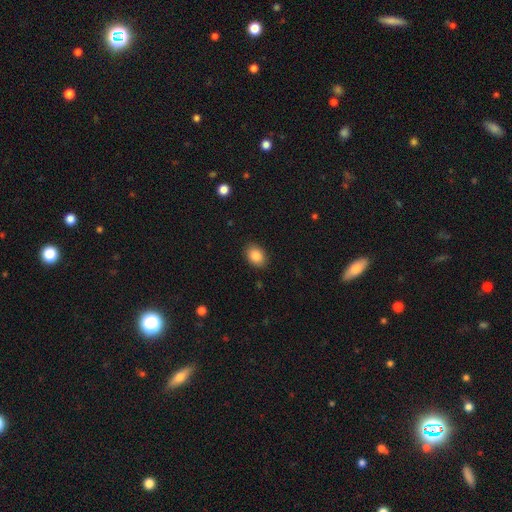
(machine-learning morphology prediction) This appears to be a smooth galaxy with no disk features (86%) that is in between round and cigar-shaped (73%). Merging: none (88%).